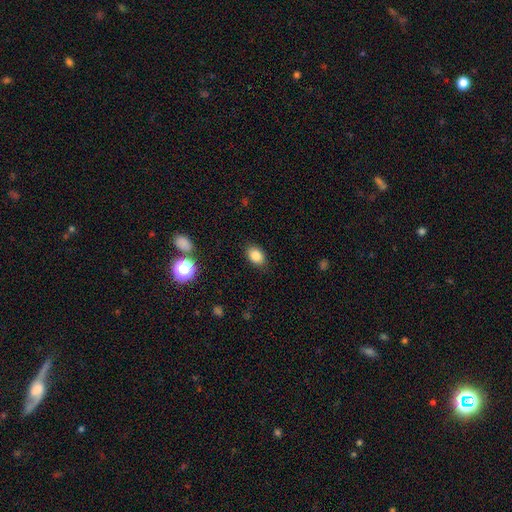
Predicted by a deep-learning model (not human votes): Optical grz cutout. It shows a smooth galaxy with no disk features (84%) that is in between round and cigar-shaped (80%). Merging: none (85%).